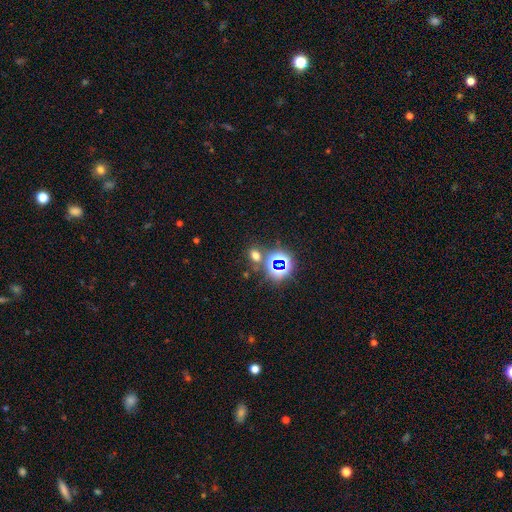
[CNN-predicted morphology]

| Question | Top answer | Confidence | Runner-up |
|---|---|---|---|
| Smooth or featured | smooth | 54% | star or artifact (39%) |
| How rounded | round | 49% | tied: in between (49%) |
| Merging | none | 74% | merger (12%) |